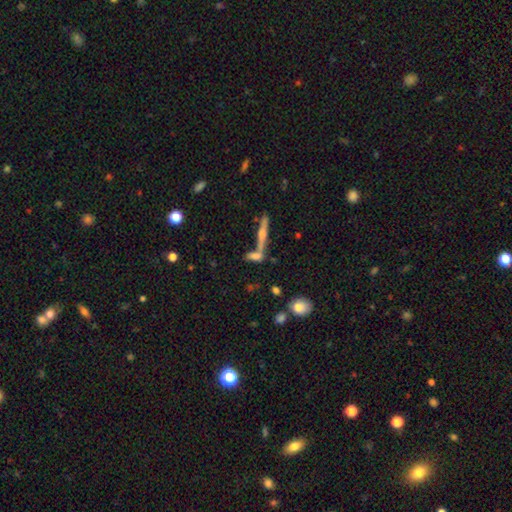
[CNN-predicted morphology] Smooth or featured? smooth (54%)
How rounded? cigar-shaped (53%)
Merging? none (49%)